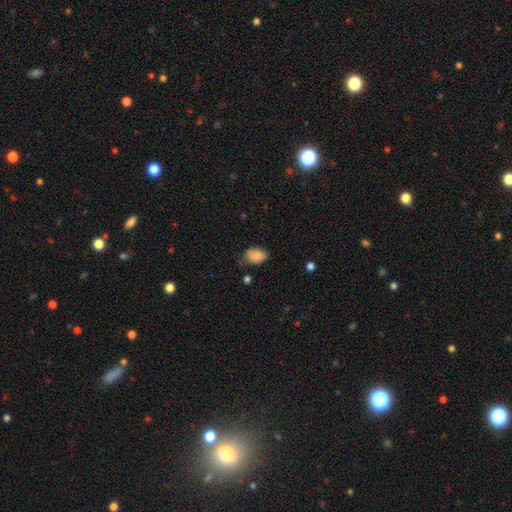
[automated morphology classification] smooth_or_featured: smooth (p=0.86) [alt: star or artifact p=0.08]
how_rounded: in between (p=0.81) [alt: round p=0.18]
merging: none (p=0.56) [alt: minor disturbance p=0.33]